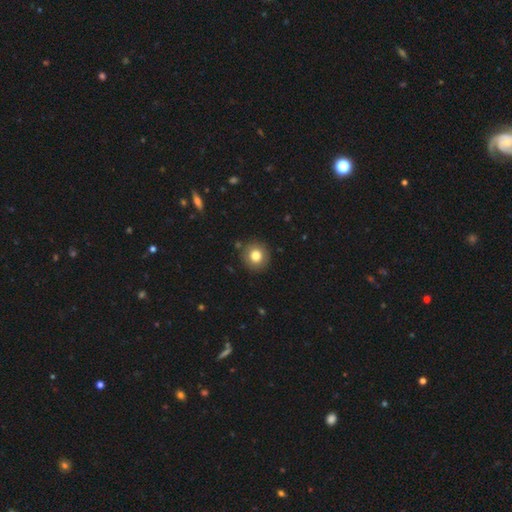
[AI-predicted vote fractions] A smooth galaxy with no disk features (79%) that is round (93%). Merging: none (88%).